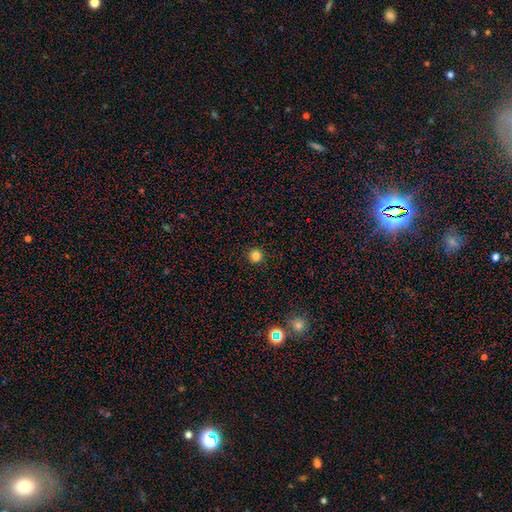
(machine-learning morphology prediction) A smooth galaxy with no disk features (83%) that is round (95%). Merging: none (93%).